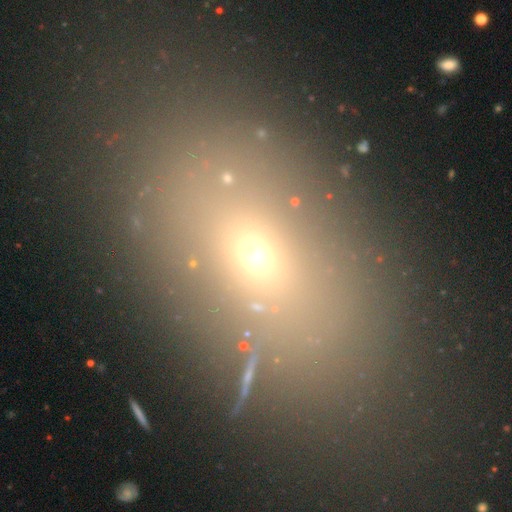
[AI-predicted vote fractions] smooth_or_featured: smooth (p=0.56) [alt: star or artifact p=0.24]
how_rounded: in between (p=0.80) [alt: round p=0.14]
merging: none (p=0.80) [alt: minor disturbance p=0.11]